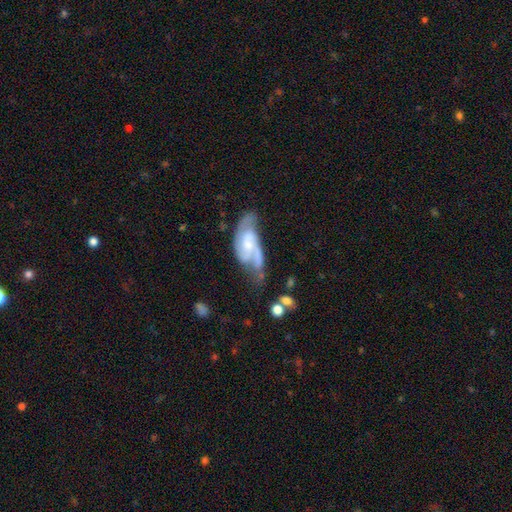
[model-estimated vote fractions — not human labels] The model was most divided on "bar": no: 47%, weak: 41%, strong: 13%. Remaining: edge-on disk — no (95%); spiral arms — yes (95%); smooth or featured — featured or disk (82%); spiral arm count — 2 (71%); spiral winding — medium (50%); bulge size — small (47%); merging — none (46%).